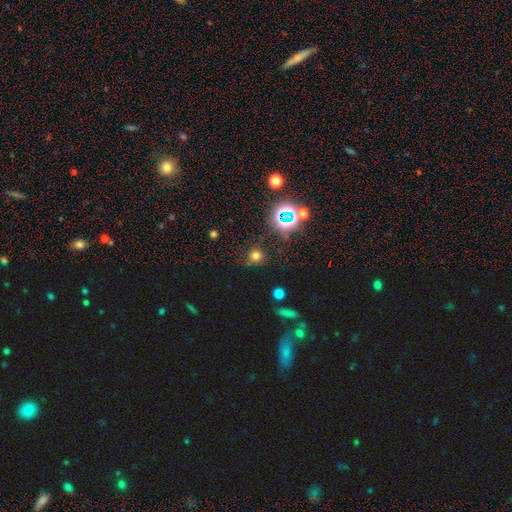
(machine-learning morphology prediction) This is likely a smooth galaxy (64%). How rounded: clearly round (85%). Merging: likely none (79%).